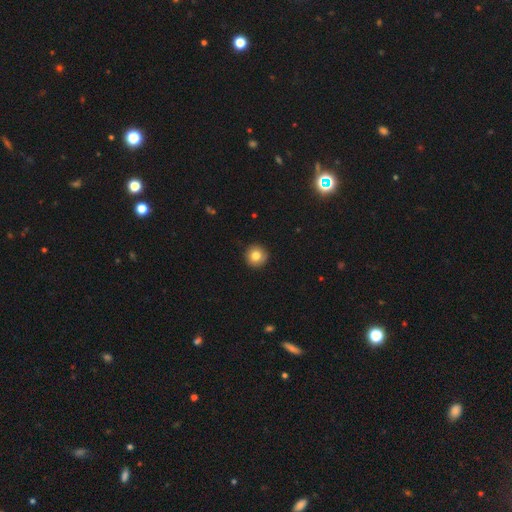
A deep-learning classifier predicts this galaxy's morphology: Smooth or featured? Predicted: smooth (p=0.80). How rounded? Predicted: round (p=0.95). Merging? Predicted: none (p=0.91).